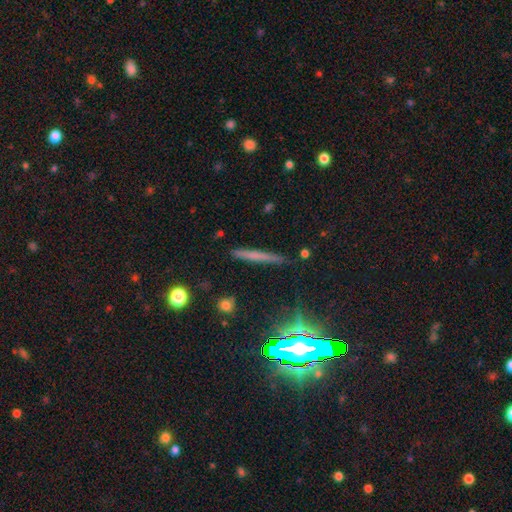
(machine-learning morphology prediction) smooth_or_featured: smooth (p=0.51) [alt: featured or disk p=0.33]
how_rounded: cigar-shaped (p=0.93) [alt: in between p=0.04]
merging: none (p=0.87) [alt: minor disturbance p=0.09]